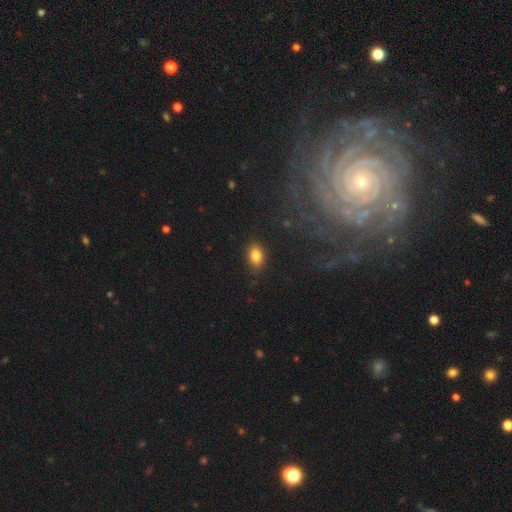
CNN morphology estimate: Overall: smooth (84%). How rounded: in between (82%). Merging: none (85%).